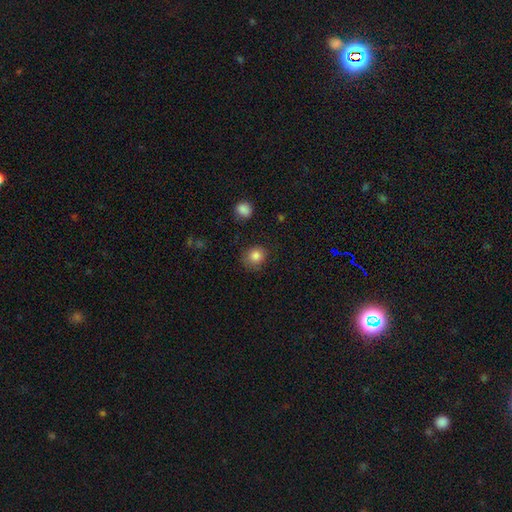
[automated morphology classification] A smooth galaxy with no disk features (84%) that is round (79%).

Vote fractions:
- Smooth or featured? smooth: 84% / star or artifact: 10% / featured or disk: 6%
- How rounded? round: 79% / in between: 20% / cigar-shaped: 1%
- Merging? none: 75% / minor disturbance: 18% / major disturbance: 5% / merger: 2%